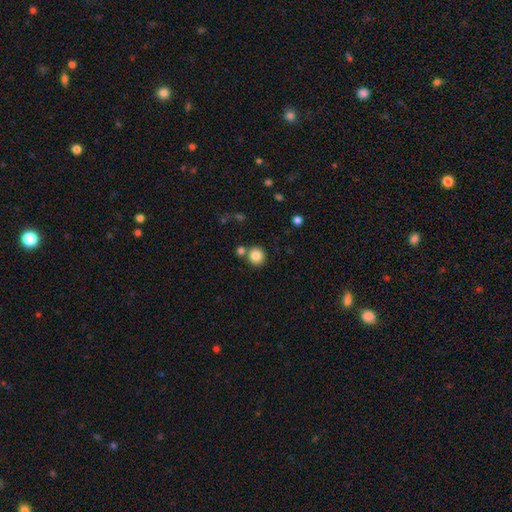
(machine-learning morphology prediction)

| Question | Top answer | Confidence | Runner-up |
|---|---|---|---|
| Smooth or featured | smooth | 84% | star or artifact (10%) |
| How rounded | round | 91% | in between (8%) |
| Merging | none | 74% | merger (15%) |